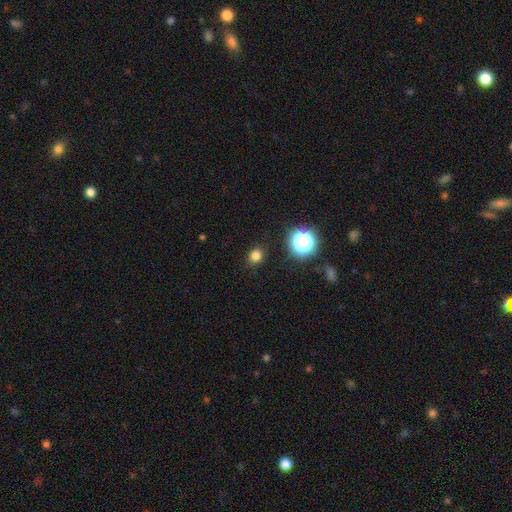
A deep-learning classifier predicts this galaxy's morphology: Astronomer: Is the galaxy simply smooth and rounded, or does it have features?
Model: smooth — 77%.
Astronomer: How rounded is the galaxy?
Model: round — 74%.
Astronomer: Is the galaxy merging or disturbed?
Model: none — 89%.